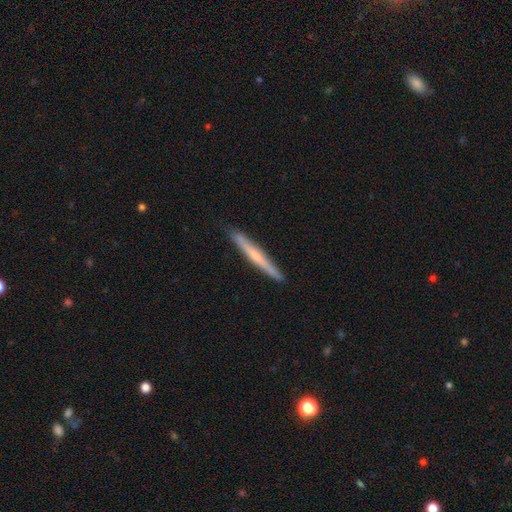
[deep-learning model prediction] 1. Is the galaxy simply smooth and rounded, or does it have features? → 54% featured or disk, 40% smooth, 5% star or artifact.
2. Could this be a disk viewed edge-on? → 97% yes, 3% no.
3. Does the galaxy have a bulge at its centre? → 53% rounded, 42% none, 5% boxy.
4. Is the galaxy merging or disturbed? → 91% none, 7% minor disturbance, 1% major disturbance, 1% merger.